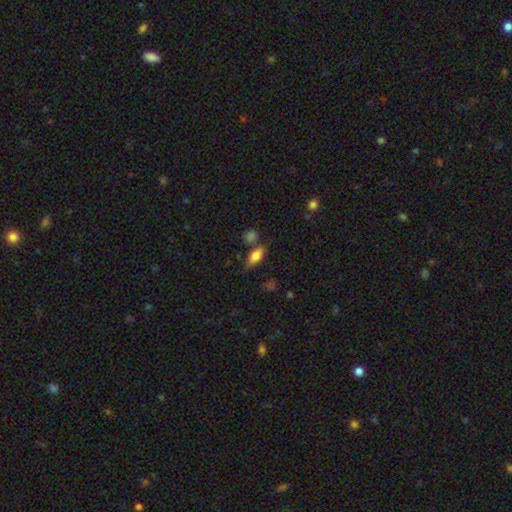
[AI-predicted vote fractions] Smooth or featured? Predicted: smooth (p=0.73). How rounded? Predicted: in between (p=0.71). Merging? Predicted: none (p=0.69).